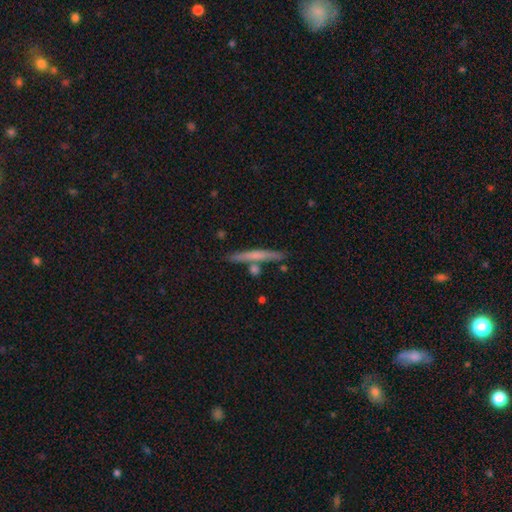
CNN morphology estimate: Q: Smooth or featured?
A: smooth (52%); runner-up: featured or disk (42%)
Q: How rounded?
A: cigar-shaped (95%); runner-up: in between (3%)
Q: Merging?
A: none (80%); runner-up: minor disturbance (10%)